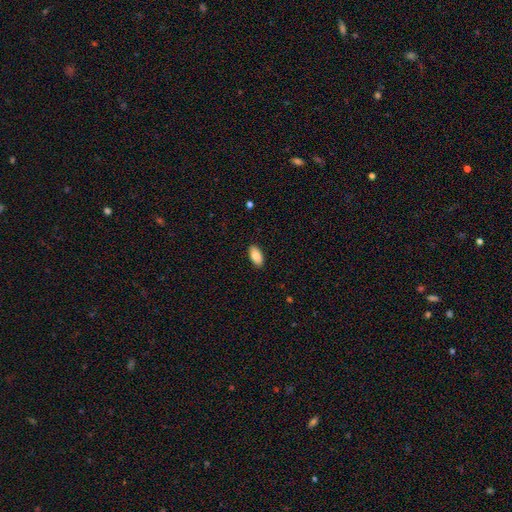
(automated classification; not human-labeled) Smooth or featured: smooth — 82% (featured or disk — 11%)
How rounded: in between — 92% (cigar-shaped — 5%)
Merging: none — 89% (minor disturbance — 8%)